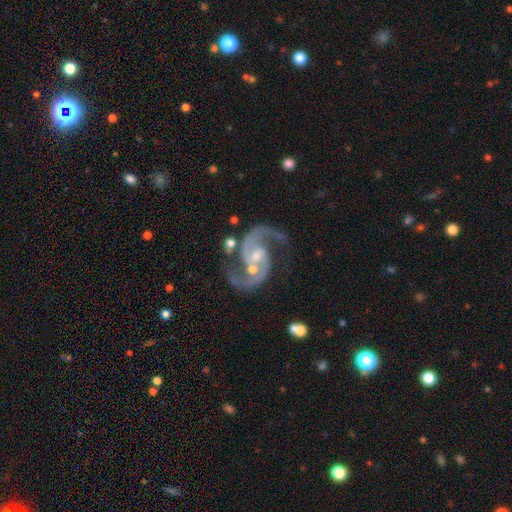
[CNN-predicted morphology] smooth_or_featured: featured or disk (p=0.93) [alt: star or artifact p=0.05]
disk_edge_on: no (p=0.98) [alt: yes p=0.02]
bar: no (p=0.46) [alt: weak p=0.42]
has_spiral_arms: yes (p=0.98) [alt: no p=0.02]
spiral_winding: medium (p=0.61) [alt: loose p=0.28]
spiral_arm_count: 2 (p=0.94) [alt: can't tell p=0.01]
bulge_size: small (p=0.47) [alt: moderate p=0.46]
merging: none (p=0.66) [alt: minor disturbance p=0.15]